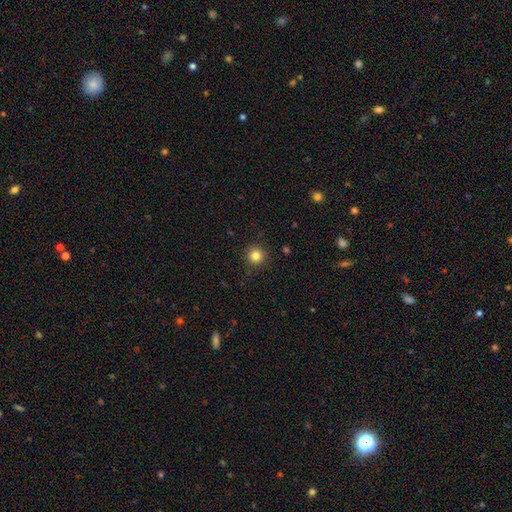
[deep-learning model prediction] A smooth galaxy with no disk features (83%) that is round (95%). Merging: none (91%).